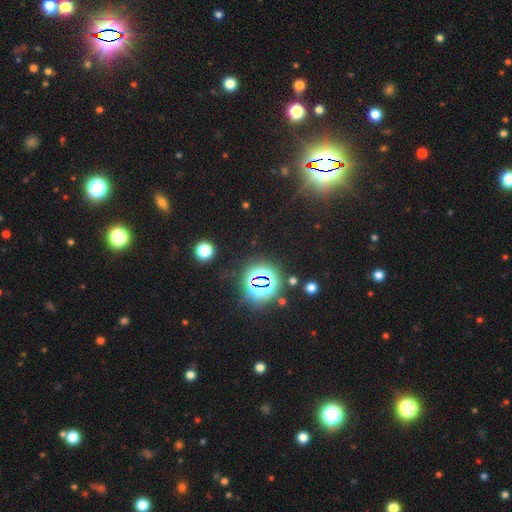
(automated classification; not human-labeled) This is clearly a star or artifact rather than a galaxy (82%).